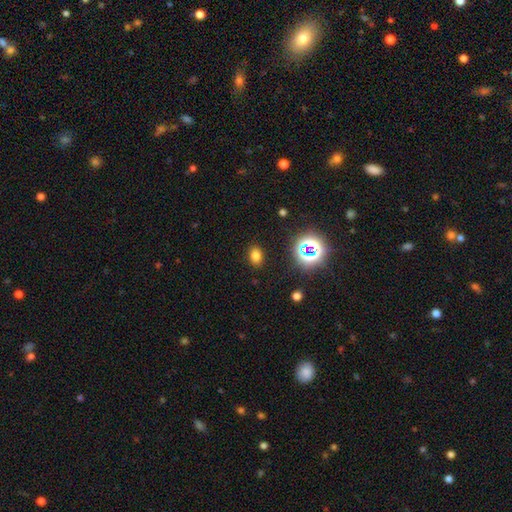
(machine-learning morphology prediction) smooth-or-featured: smooth: 73% | star or artifact: 20% | featured or disk: 7%
  how-rounded: in between: 72% | round: 26% | cigar-shaped: 1%
  merging: none: 87% | minor disturbance: 9% | major disturbance: 3% | merger: 1%